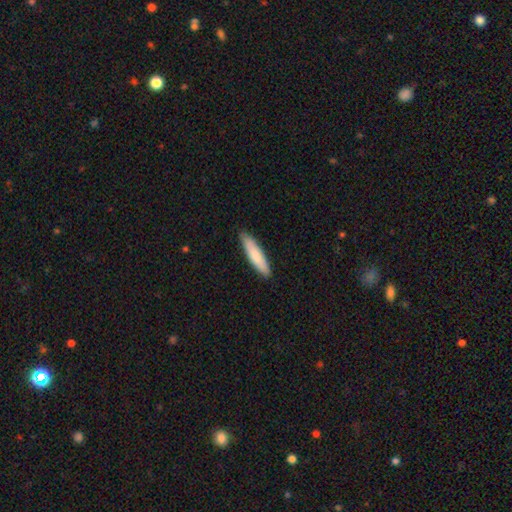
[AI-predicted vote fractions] Smooth or featured? Predicted: smooth (p=0.79). How rounded? Predicted: cigar-shaped (p=0.82). Merging? Predicted: none (p=0.88).